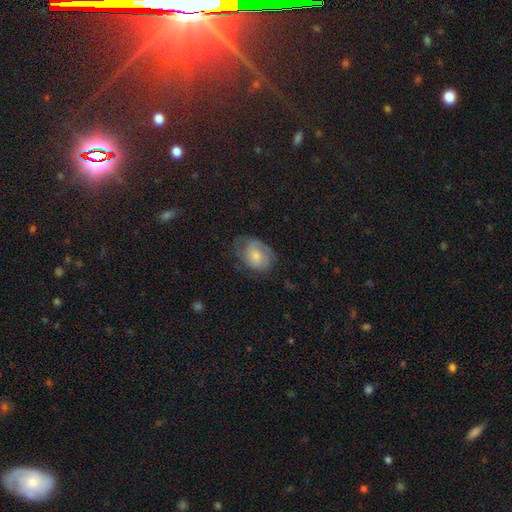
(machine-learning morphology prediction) A smooth galaxy with no disk features (54%) that is in between round and cigar-shaped (68%). Merging: none (52%).